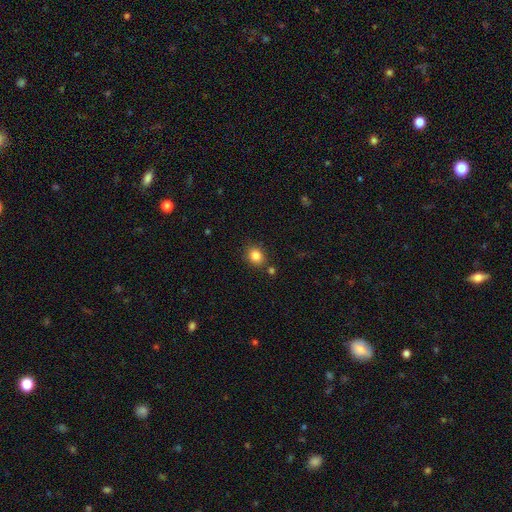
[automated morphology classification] type=smooth (84%); roundness=round (68%); merging=none (81%).